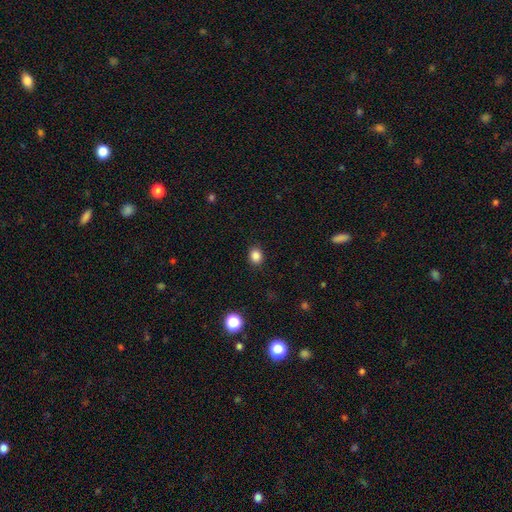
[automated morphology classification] smooth-or-featured: smooth: 85% | star or artifact: 11% | featured or disk: 4%
  how-rounded: round: 69% | in between: 30% | cigar-shaped: 1%
  merging: none: 90% | minor disturbance: 7% | major disturbance: 2% | merger: 1%